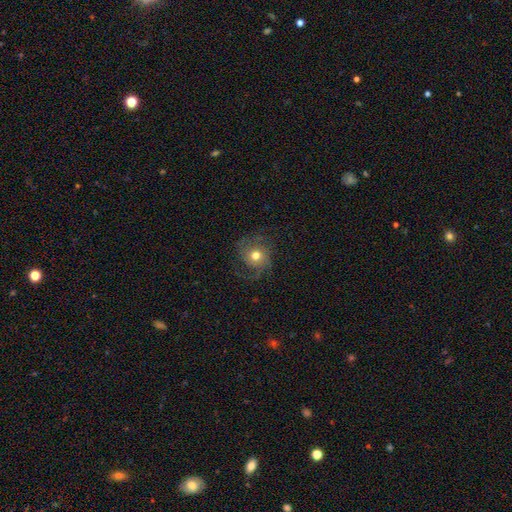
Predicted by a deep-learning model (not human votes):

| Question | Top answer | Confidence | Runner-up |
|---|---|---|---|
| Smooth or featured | featured or disk | 59% | smooth (31%) |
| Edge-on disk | no | 97% | yes (3%) |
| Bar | no | 79% | weak (17%) |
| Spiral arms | yes | 86% | no (14%) |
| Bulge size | moderate | 74% | small (13%) |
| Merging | none | 66% | minor disturbance (17%) |